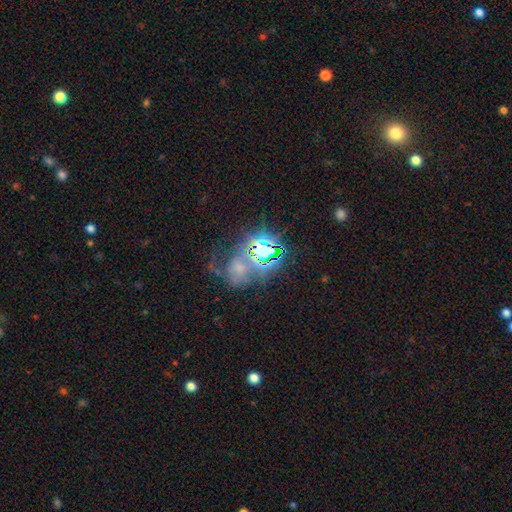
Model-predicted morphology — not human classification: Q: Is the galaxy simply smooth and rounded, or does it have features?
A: star or artifact — 53%.